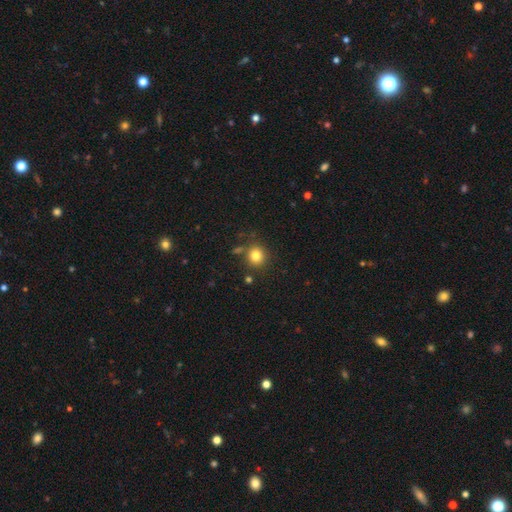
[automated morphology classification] This appears to be a smooth galaxy with no disk features (81%) that is round (89%). Merging: none (81%).